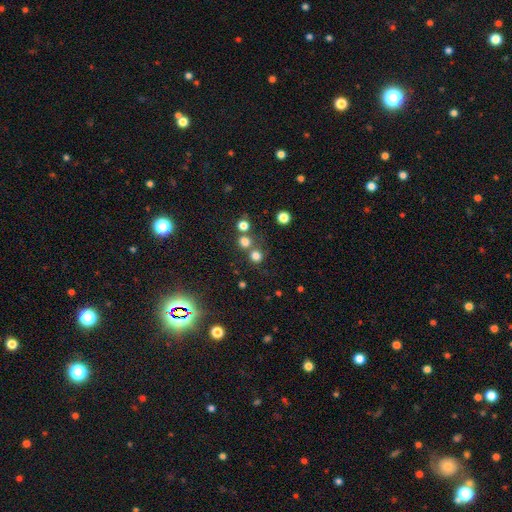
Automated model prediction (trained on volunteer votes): Overall: smooth (73%). How rounded: round (91%). Merging: none (66%).